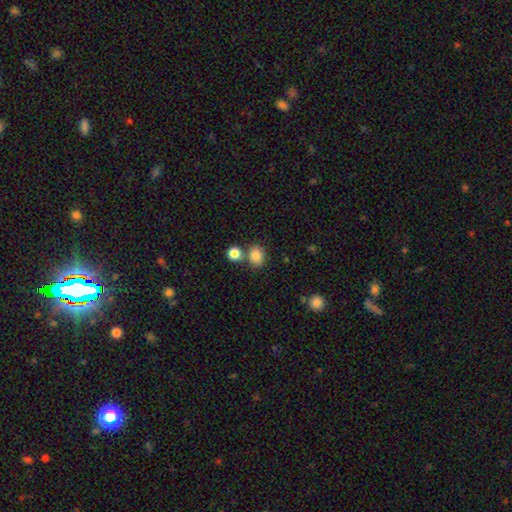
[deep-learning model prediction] Q: Smooth or featured?
A: smooth (83%); runner-up: star or artifact (11%)
Q: How rounded?
A: round (60%); runner-up: in between (39%)
Q: Merging?
A: none (65%); runner-up: merger (22%)